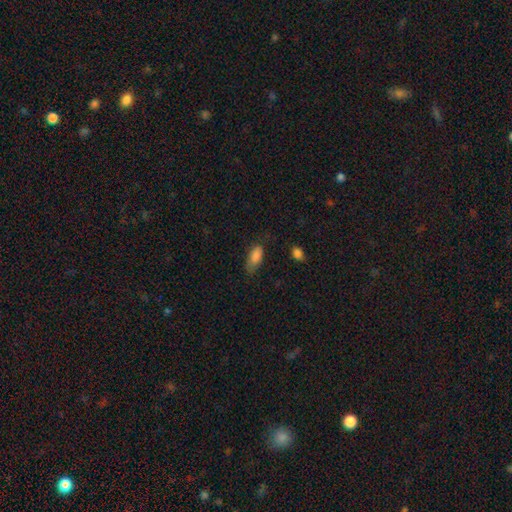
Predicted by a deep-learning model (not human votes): smooth_or_featured: smooth (p=0.85) [alt: star or artifact p=0.08]
how_rounded: in between (p=0.86) [alt: cigar-shaped p=0.11]
merging: none (p=0.54) [alt: minor disturbance p=0.33]